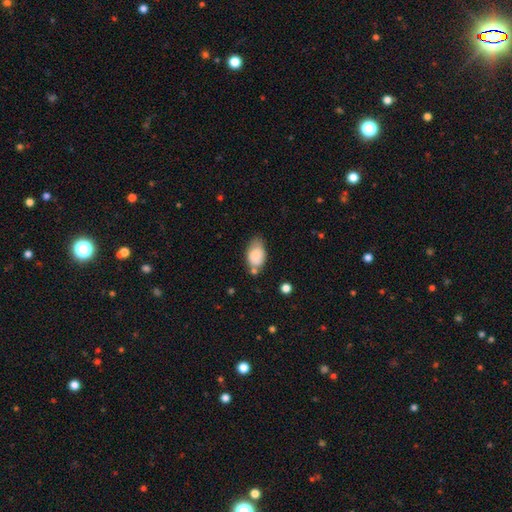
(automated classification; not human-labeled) This is likely a smooth galaxy (80%). How rounded: clearly in between (89%). Merging: possibly none (52%).